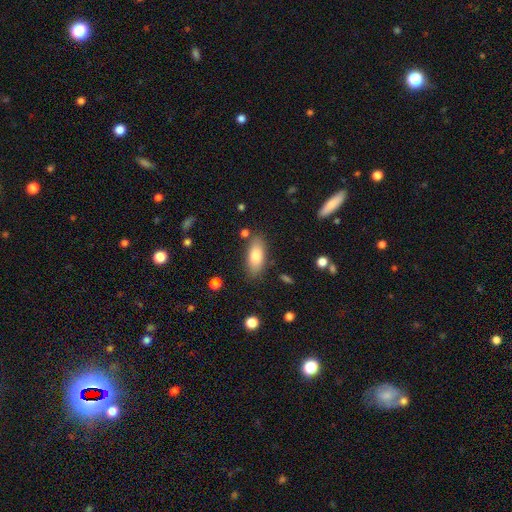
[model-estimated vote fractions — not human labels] A smooth galaxy with no disk features (80%) that is in between round and cigar-shaped (84%).

Vote fractions:
- Smooth or featured? smooth: 80% / featured or disk: 13% / star or artifact: 7%
- How rounded? in between: 84% / cigar-shaped: 14% / round: 2%
- Merging? none: 81% / minor disturbance: 13% / merger: 4% / major disturbance: 3%